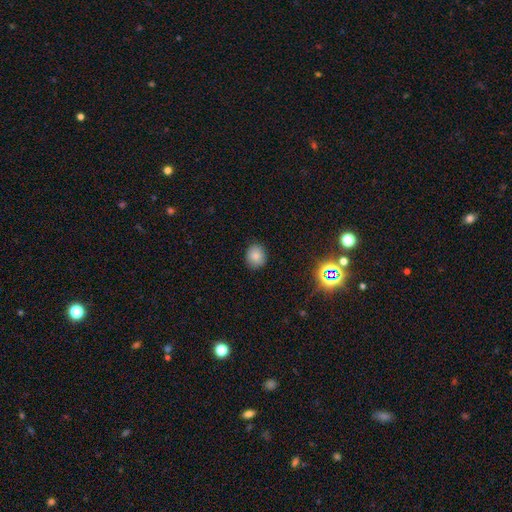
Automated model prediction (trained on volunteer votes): Smooth or featured? smooth (81%)
How rounded? round (73%)
Merging? none (88%)